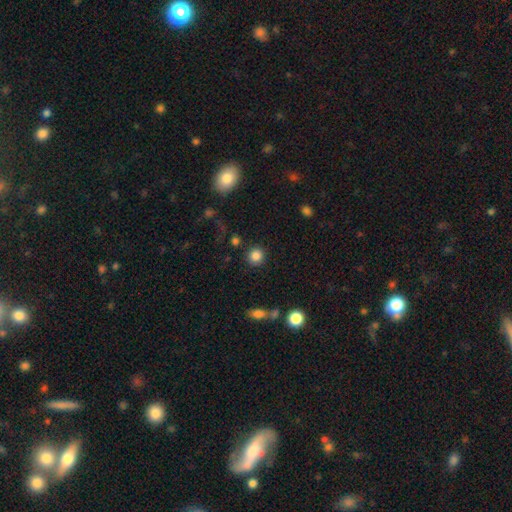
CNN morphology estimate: This appears to be a smooth galaxy with no disk features (85%) that is round (92%). Merging: none (87%).